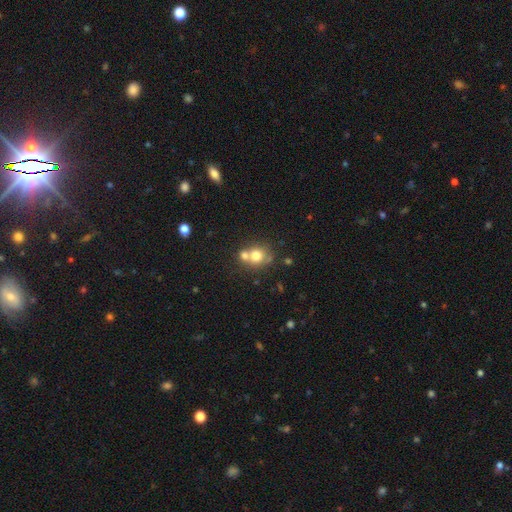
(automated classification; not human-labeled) Smooth or featured? Predicted: smooth (p=0.72). How rounded? Predicted: round (p=0.80). Merging? Predicted: merger (p=0.47).